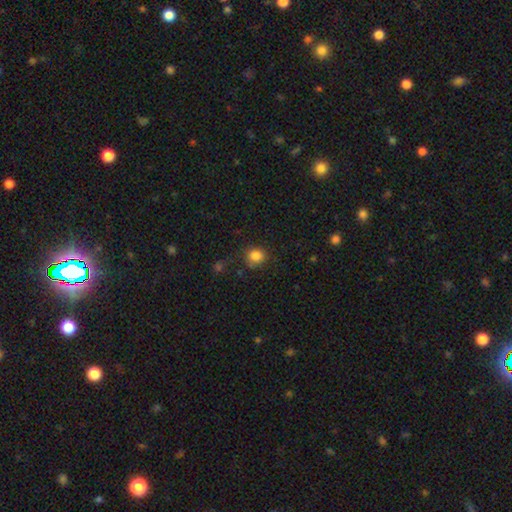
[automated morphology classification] smooth-or-featured: smooth: 84% | star or artifact: 11% | featured or disk: 5%
  how-rounded: round: 78% | in between: 21% | cigar-shaped: 1%
  merging: none: 74% | minor disturbance: 17% | major disturbance: 6% | merger: 3%